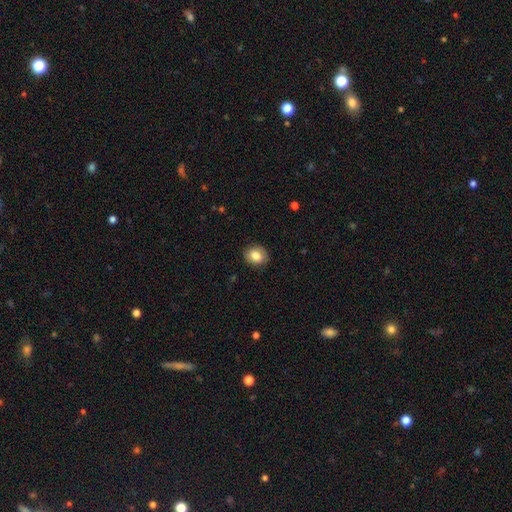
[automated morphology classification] A smooth galaxy with no disk features (83%) that is round (63%). Merging: none (88%).